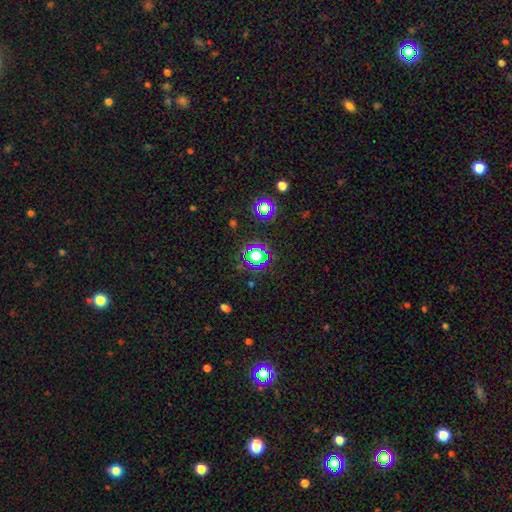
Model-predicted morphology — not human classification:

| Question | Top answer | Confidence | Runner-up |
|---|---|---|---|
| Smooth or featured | star or artifact | 54% | smooth (36%) |